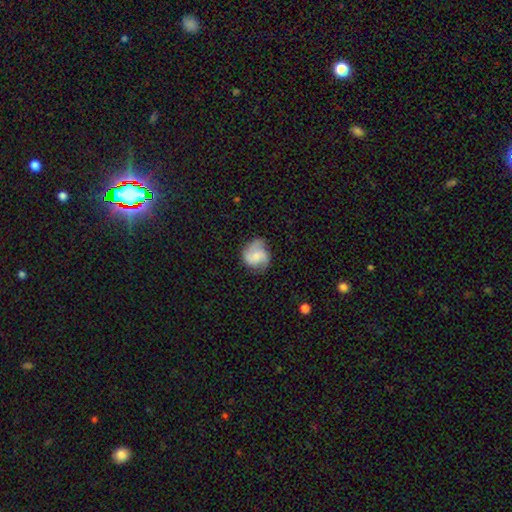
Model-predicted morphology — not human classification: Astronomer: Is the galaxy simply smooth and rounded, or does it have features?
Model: featured or disk — 58% (runner-up: smooth, 34%).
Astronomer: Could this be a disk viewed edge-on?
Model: no — 98%.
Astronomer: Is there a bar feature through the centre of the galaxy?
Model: no — 60%.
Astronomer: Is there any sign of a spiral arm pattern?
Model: yes — 91%.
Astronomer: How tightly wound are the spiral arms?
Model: medium — 48% (runner-up: loose, 28%).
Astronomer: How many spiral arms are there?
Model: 2 — 56%.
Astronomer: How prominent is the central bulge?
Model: small — 43% (runner-up: moderate, 33%).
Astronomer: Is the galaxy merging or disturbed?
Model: none — 62%.